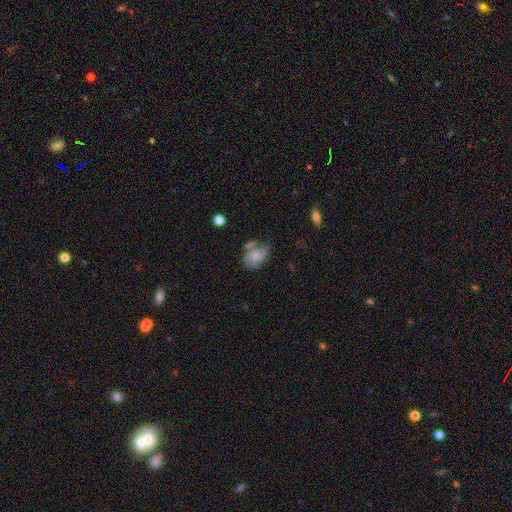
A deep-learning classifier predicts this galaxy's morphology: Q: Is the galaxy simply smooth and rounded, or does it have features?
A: smooth — 58%.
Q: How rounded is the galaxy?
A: in between — 75%.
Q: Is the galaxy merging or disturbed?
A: none — 41%.